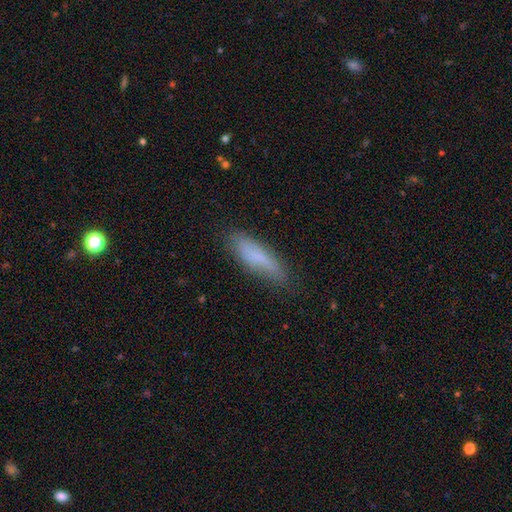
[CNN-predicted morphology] smooth-or-featured: smooth: 75% | featured or disk: 17% | star or artifact: 7%
  how-rounded: cigar-shaped: 64% | in between: 34% | round: 2%
  merging: none: 72% | minor disturbance: 21% | major disturbance: 5% | merger: 2%